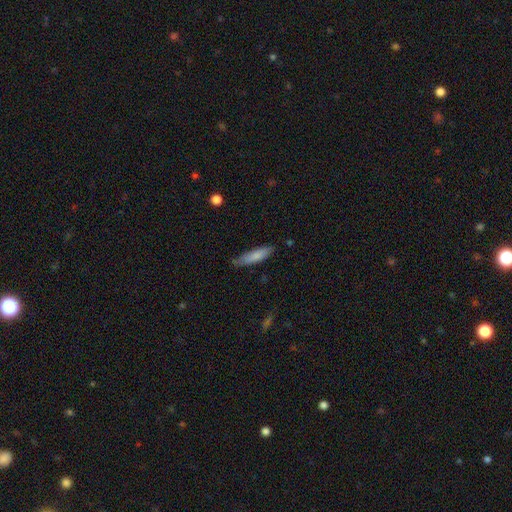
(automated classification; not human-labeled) Overall: smooth (81%). How rounded: cigar-shaped (71%). Merging: none (73%).